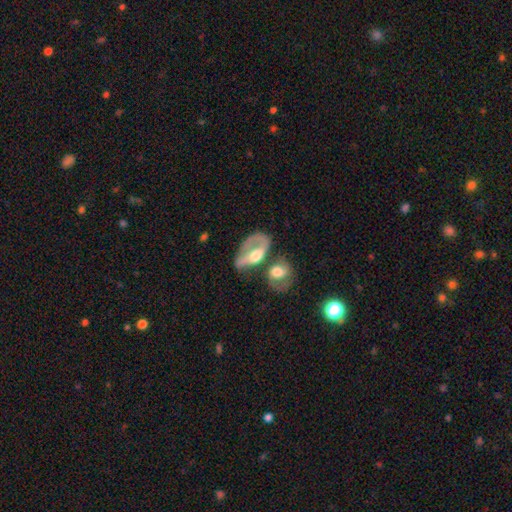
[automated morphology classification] smooth-or-featured: featured or disk: 52% | smooth: 41% | star or artifact: 7%
  disk-edge-on: no: 88% | yes: 12%
  merging: merger: 44% | major disturbance: 21% | none: 20% | minor disturbance: 14%